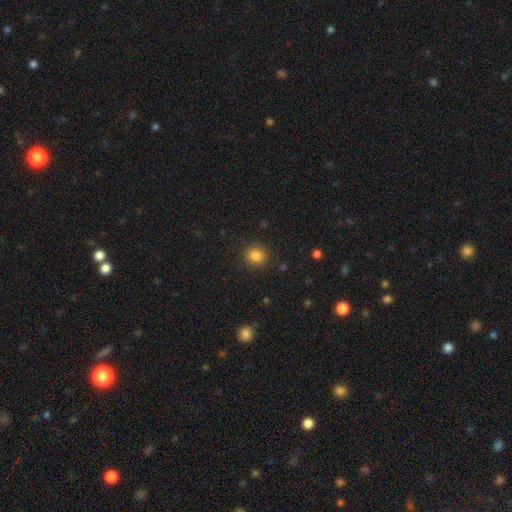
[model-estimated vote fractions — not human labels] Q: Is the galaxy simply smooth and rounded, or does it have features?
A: smooth — 84%.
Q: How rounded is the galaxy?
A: round — 90%.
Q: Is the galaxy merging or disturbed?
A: none — 90%.